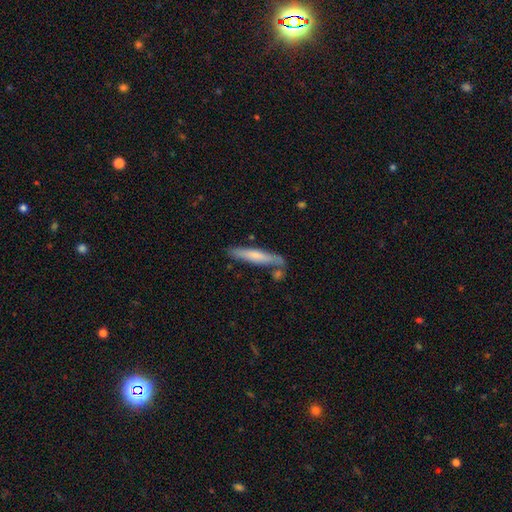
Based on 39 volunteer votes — A featured or disk galaxy (49%) viewed edge-on (100%) with a rounded central bulge (58%).

Vote fractions:
- Smooth or featured? featured or disk: 49% / smooth: 46% / star or artifact: 5%
- Edge-on disk? yes: 100% / no: 0%
- Edge-on bulge? rounded: 58% / none: 37% / boxy: 5%
- Merging? none: 76% / minor disturbance: 14% / merger: 8% / major disturbance: 3%